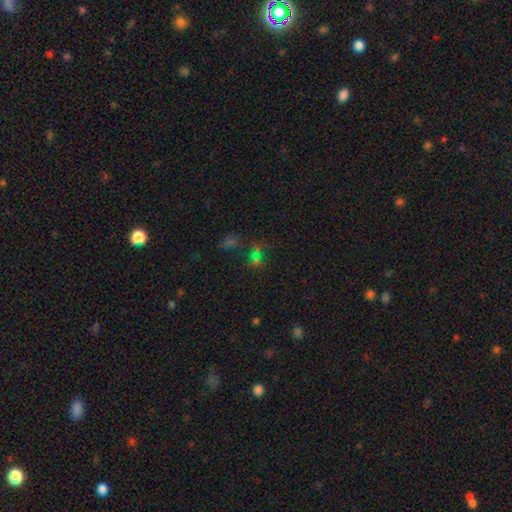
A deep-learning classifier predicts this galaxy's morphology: A star or artifact, not a galaxy (60%).

Vote fractions:
- Smooth or featured? star or artifact: 60% / smooth: 29% / featured or disk: 11%